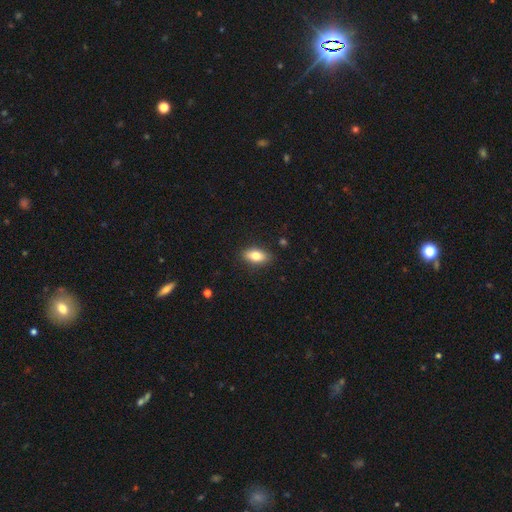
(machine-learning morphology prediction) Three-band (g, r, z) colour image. It shows a smooth galaxy with no disk features (79%) that is in between round and cigar-shaped (87%). Merging: none (87%).